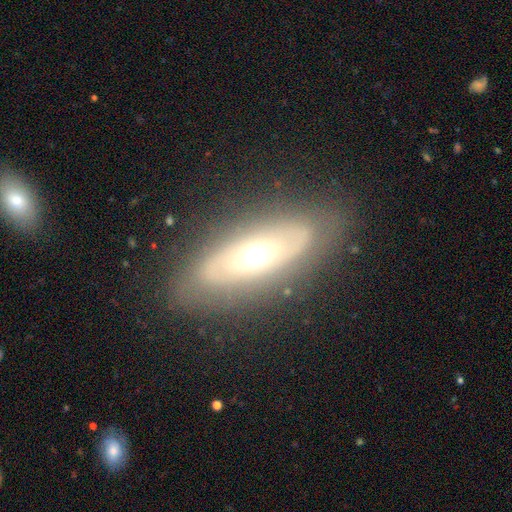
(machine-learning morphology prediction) featured or disk 68%, smooth 25%, star or artifact 6%. Down the decision tree: edge-on disk — no (78%); bar — no (72%); spiral arms — yes (53%); bulge size — moderate (68%); merging — none (80%).